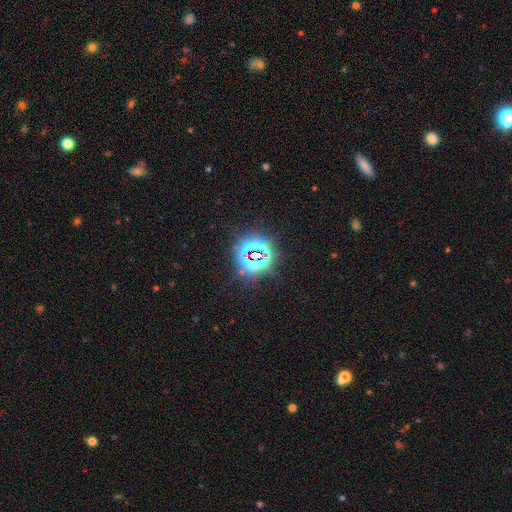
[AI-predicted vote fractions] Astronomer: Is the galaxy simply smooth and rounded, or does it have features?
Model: star or artifact — 82%.